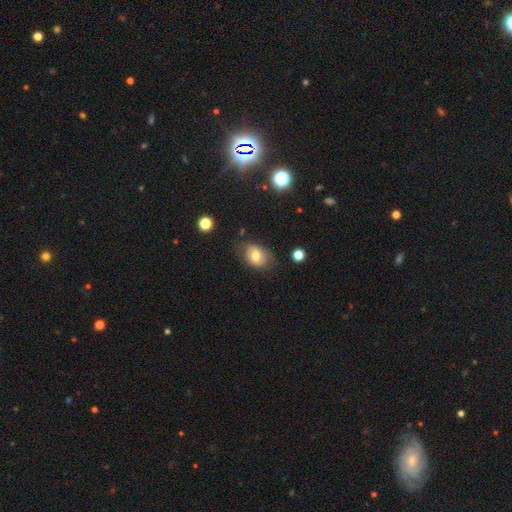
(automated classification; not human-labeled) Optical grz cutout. It shows a smooth galaxy with no disk features (63%) that is in between round and cigar-shaped (74%). Merging: none (69%).